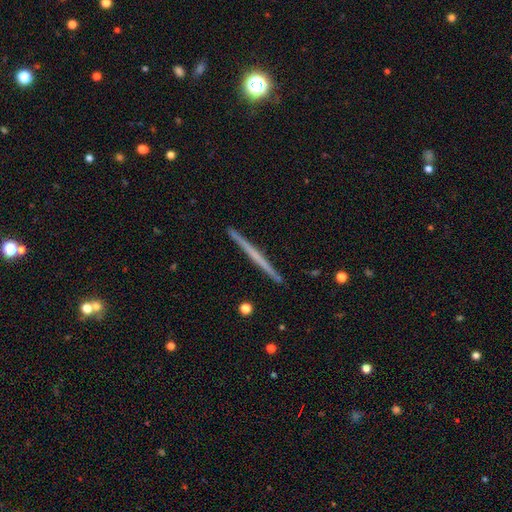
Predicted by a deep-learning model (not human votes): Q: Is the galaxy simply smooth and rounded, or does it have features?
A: featured or disk — 61%.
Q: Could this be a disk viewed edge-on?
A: yes — 98%.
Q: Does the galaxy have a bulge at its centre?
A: none — 84%.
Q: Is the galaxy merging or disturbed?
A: none — 93%.